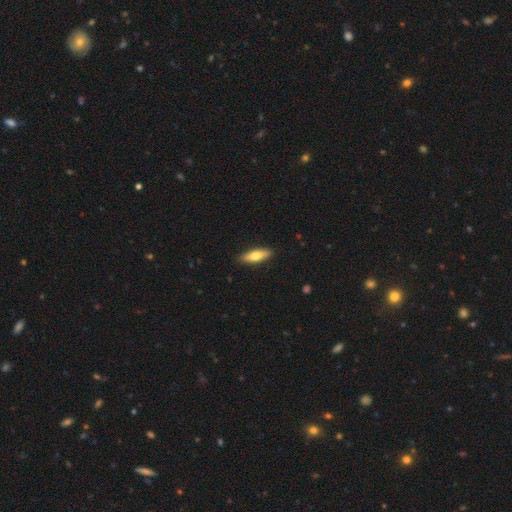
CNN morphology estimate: The model was most divided on "how rounded" (2-way tie): in between: 49%, cigar-shaped: 49%, round: 2%. More confident: merging — none (89%); smooth or featured — smooth (69%).